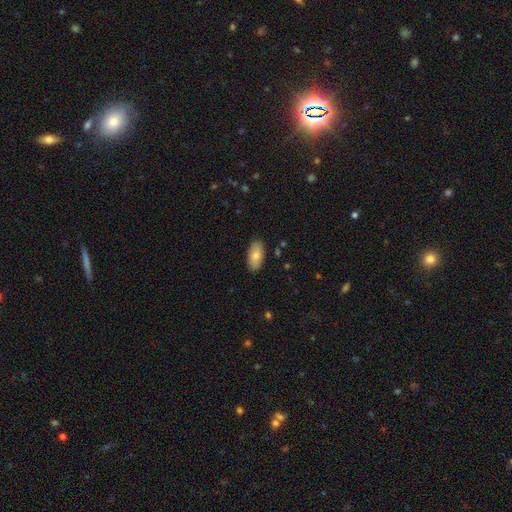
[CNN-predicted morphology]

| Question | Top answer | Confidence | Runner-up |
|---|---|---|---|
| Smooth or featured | smooth | 79% | featured or disk (14%) |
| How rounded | in between | 91% | cigar-shaped (7%) |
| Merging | none | 87% | minor disturbance (10%) |